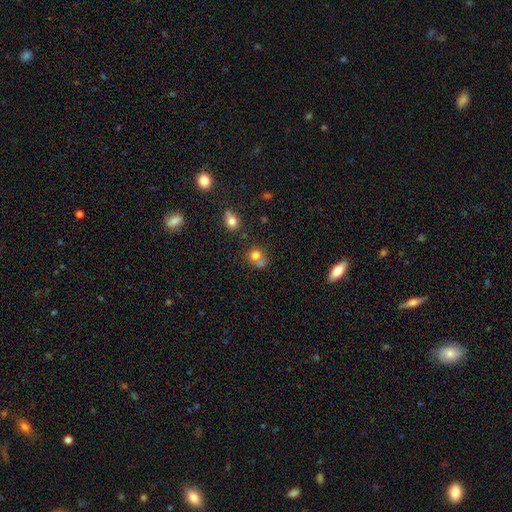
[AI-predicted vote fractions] Q: Smooth or featured?
A: smooth (75%); runner-up: star or artifact (14%)
Q: How rounded?
A: round (78%); runner-up: in between (21%)
Q: Merging?
A: none (45%); runner-up: merger (37%)